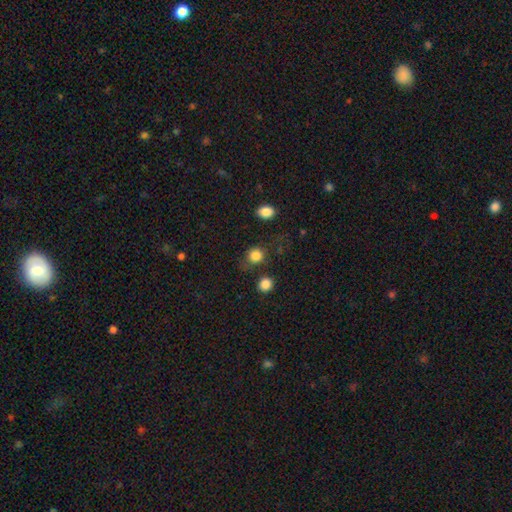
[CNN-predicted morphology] The model was most divided on "merging": none: 72%, minor disturbance: 14%, major disturbance: 7%, merger: 6%. More confident: smooth or featured — smooth (84%); how rounded — round (83%).